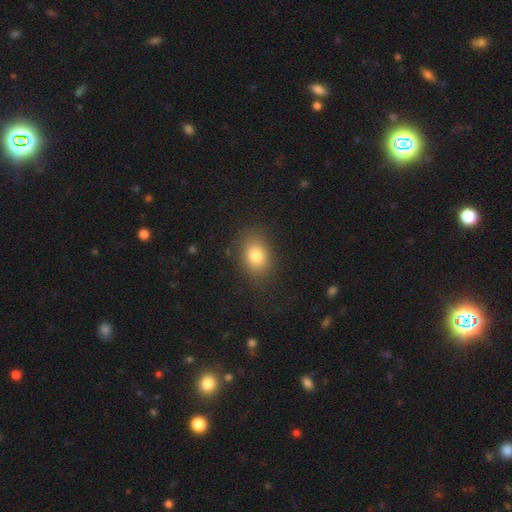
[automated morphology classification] Q: Smooth or featured?
A: smooth (81%); runner-up: star or artifact (10%)
Q: How rounded?
A: in between (62%); runner-up: round (37%)
Q: Merging?
A: none (83%); runner-up: minor disturbance (11%)